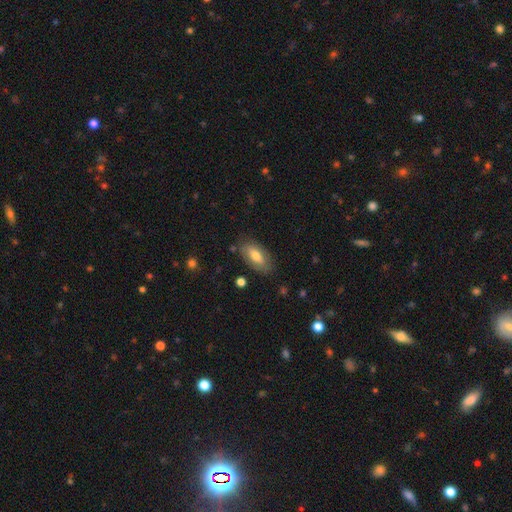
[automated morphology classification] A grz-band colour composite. It shows a smooth galaxy with no disk features (73%) that is in between round and cigar-shaped (87%). Merging: none (81%).